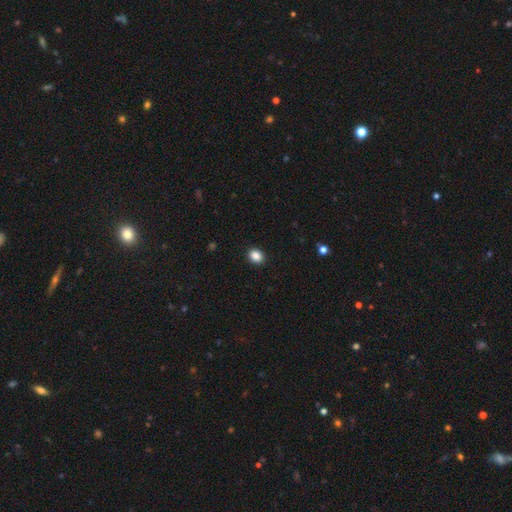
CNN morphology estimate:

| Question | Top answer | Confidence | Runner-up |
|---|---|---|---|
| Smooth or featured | smooth | 87% | star or artifact (9%) |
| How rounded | in between | 50% | round (49%) |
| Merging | none | 91% | minor disturbance (6%) |